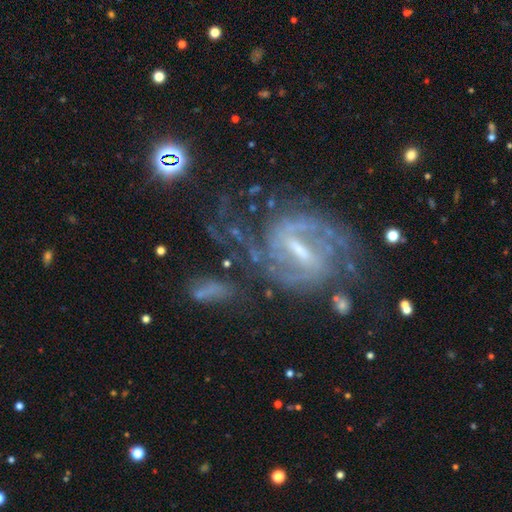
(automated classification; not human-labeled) Q: Smooth or featured?
A: featured or disk (87%); runner-up: star or artifact (8%)
Q: Edge-on disk?
A: no (96%); runner-up: yes (4%)
Q: Bar?
A: strong (51%); runner-up: weak (41%)
Q: Spiral arms?
A: yes (95%); runner-up: no (5%)
Q: Spiral winding?
A: medium (48%); runner-up: tight (36%)
Q: Spiral arm count?
A: 2 (69%); runner-up: can't tell (13%)
Q: Bulge size?
A: small (50%); runner-up: moderate (31%)
Q: Merging?
A: none (60%); runner-up: minor disturbance (18%)